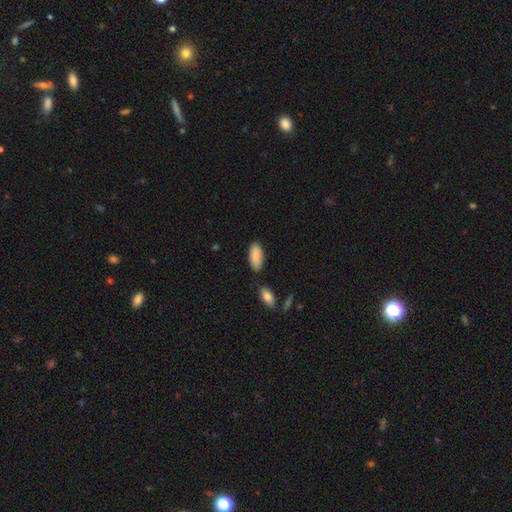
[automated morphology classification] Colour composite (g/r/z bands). It shows a smooth galaxy with no disk features (88%) that is in between round and cigar-shaped (88%). Merging: none (77%).